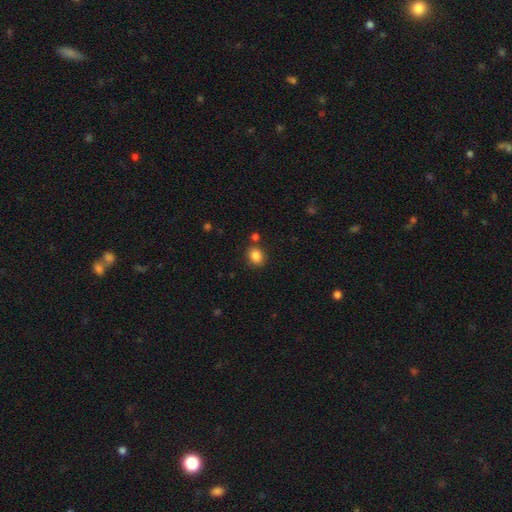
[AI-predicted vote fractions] Smooth or featured?
  - smooth: 85% *
  - star or artifact: 10%
  - featured or disk: 5%
How rounded?
  - round: 50% *
  - in between: 49%
  - cigar-shaped: 1%
Merging?
  - none: 79% *
  - minor disturbance: 10%
  - merger: 7%
  - major disturbance: 3%